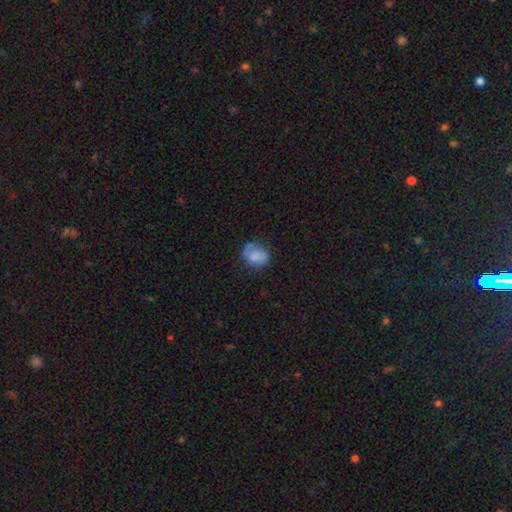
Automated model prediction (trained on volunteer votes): Smooth or featured: smooth — 71% (featured or disk — 19%)
How rounded: round — 53% (in between — 46%)
Merging: none — 48% (minor disturbance — 30%)